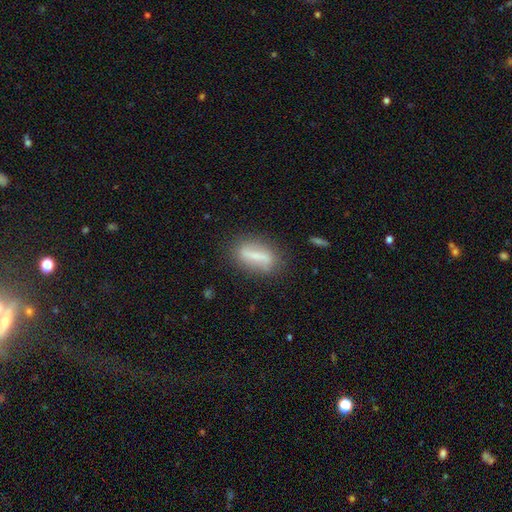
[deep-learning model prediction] Smooth or featured?
  - smooth: 48% *
  - featured or disk: 42%
  - star or artifact: 10%
Merging?
  - none: 78% *
  - minor disturbance: 14%
  - major disturbance: 4%
  - merger: 3%